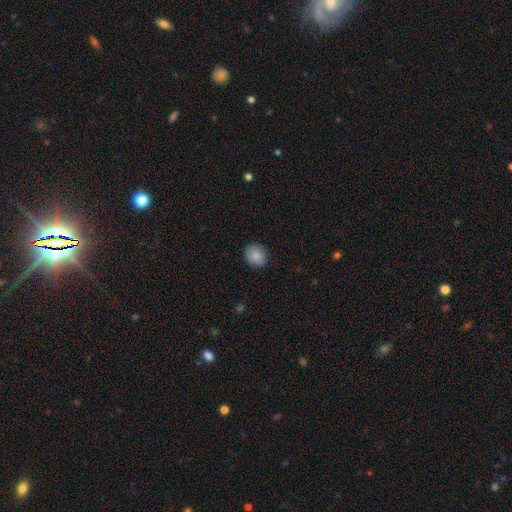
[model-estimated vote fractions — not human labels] Q: Smooth or featured?
A: smooth (87%); runner-up: star or artifact (8%)
Q: How rounded?
A: round (72%); runner-up: in between (27%)
Q: Merging?
A: none (87%); runner-up: minor disturbance (10%)